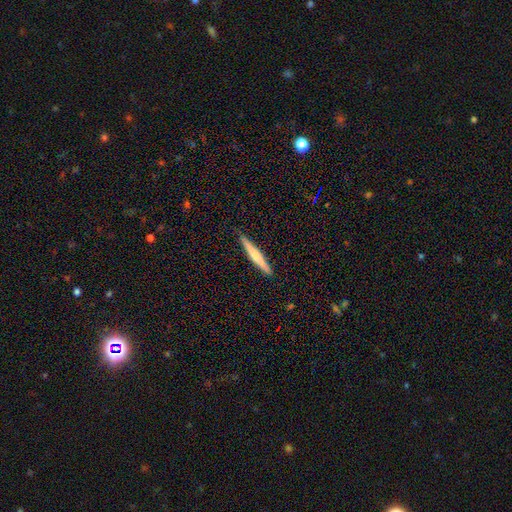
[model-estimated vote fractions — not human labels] Smooth or featured? smooth (53%)
How rounded? cigar-shaped (96%)
Merging? none (91%)